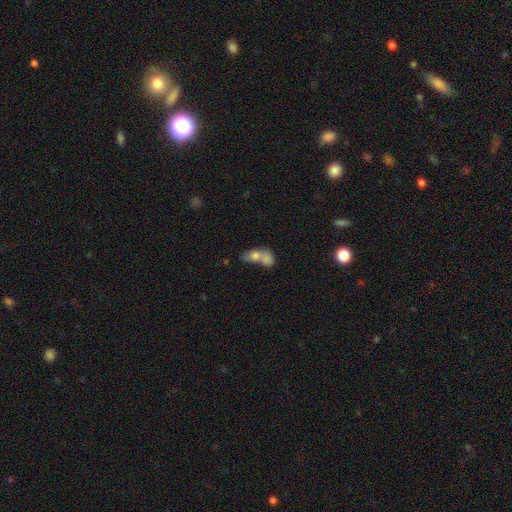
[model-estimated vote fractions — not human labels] smooth-or-featured: smooth: 74% | featured or disk: 18% | star or artifact: 8%
  how-rounded: in between: 73% | round: 23% | cigar-shaped: 4%
  merging: merger: 72% | none: 17% | minor disturbance: 7% | major disturbance: 5%